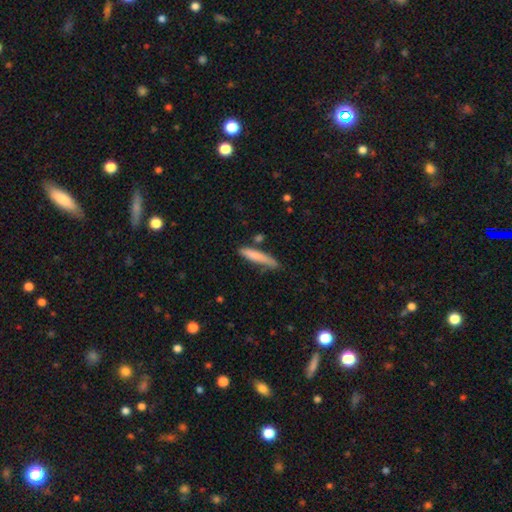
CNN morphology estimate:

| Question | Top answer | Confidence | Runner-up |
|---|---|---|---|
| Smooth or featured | smooth | 79% | featured or disk (15%) |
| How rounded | cigar-shaped | 89% | in between (10%) |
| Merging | none | 66% | minor disturbance (23%) |